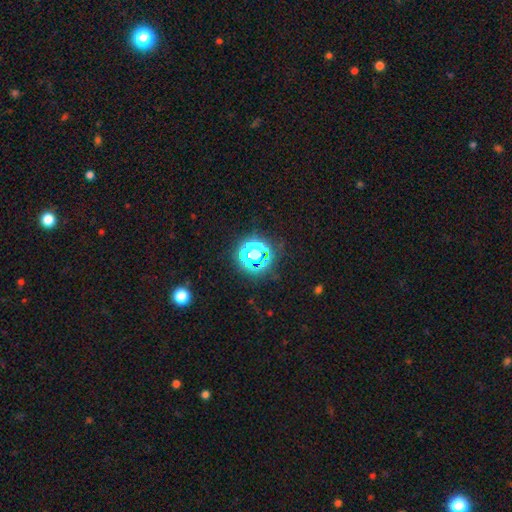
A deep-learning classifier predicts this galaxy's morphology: Overall: star or artifact (60%; smooth 29%).